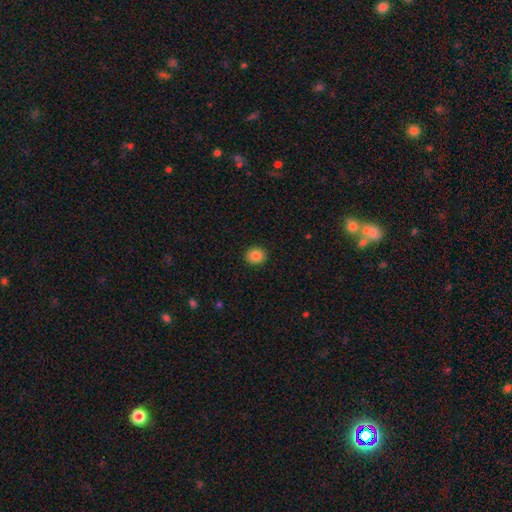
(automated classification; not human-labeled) Morphology: type=smooth (86%); roundness=round (74%); merging=none (92%).